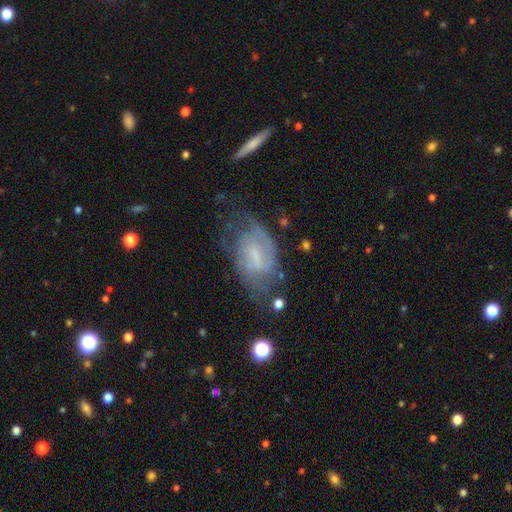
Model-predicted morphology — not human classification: Overall: featured or disk (73%). Edge-on disk: no (95%). Bar: weak (55%; no 24%). Spiral arms: yes (84%). Spiral arm count: 2 (53%; can't tell 32%). Spiral winding: medium (42%; tight 40%). Bulge size: small (44%; none 30%). Merging: none (54%; minor disturbance 25%).